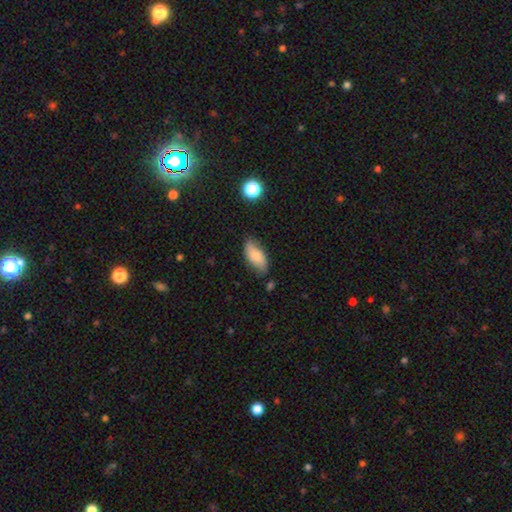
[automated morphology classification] type=smooth (74%); roundness=in between (90%); merging=none (71%).